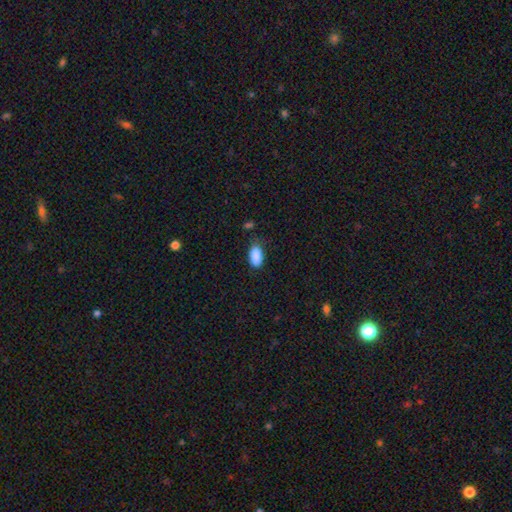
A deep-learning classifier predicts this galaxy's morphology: This is clearly a smooth galaxy (89%). How rounded: clearly in between (93%). Merging: likely none (70%).